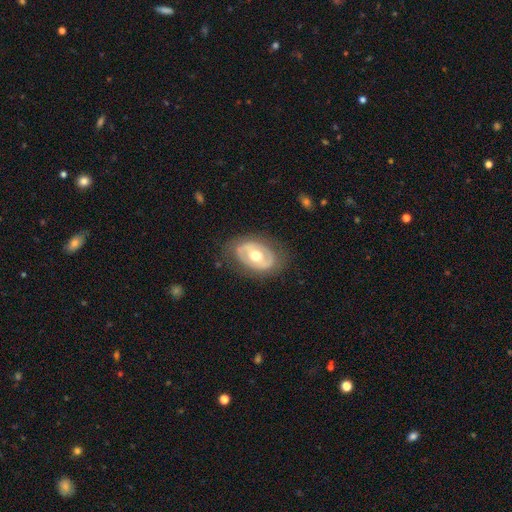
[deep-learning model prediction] A featured or disk galaxy (66%) with no bar (64%), no spiral arms (70%) and a moderate central bulge (73%). Merging: none (77%).